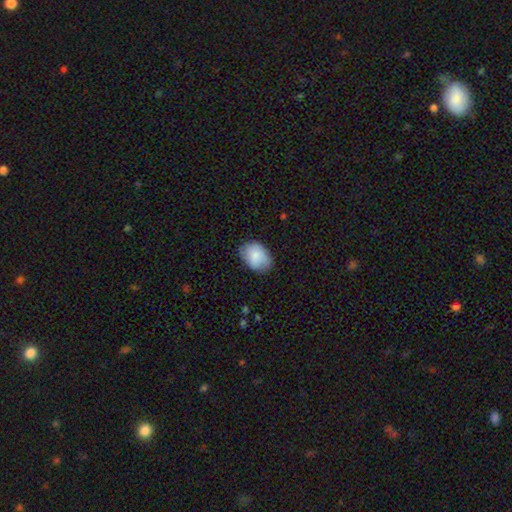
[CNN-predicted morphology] Smooth or featured? Predicted: smooth (p=0.84). How rounded? Predicted: in between (p=0.78). Merging? Predicted: none (p=0.74).